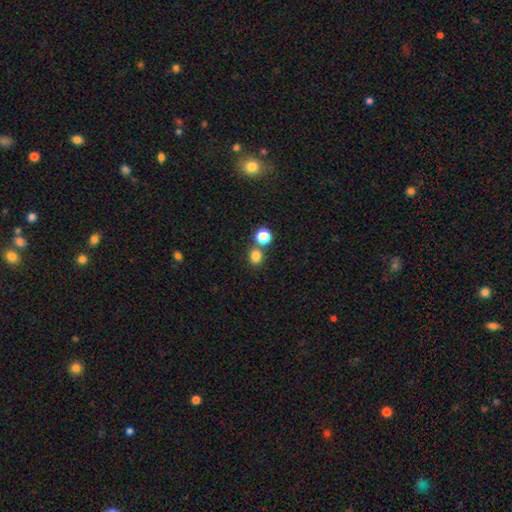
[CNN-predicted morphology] smooth_or_featured: smooth (p=0.81) [alt: star or artifact p=0.14]
how_rounded: round (p=0.72) [alt: in between p=0.27]
merging: none (p=0.69) [alt: merger p=0.21]